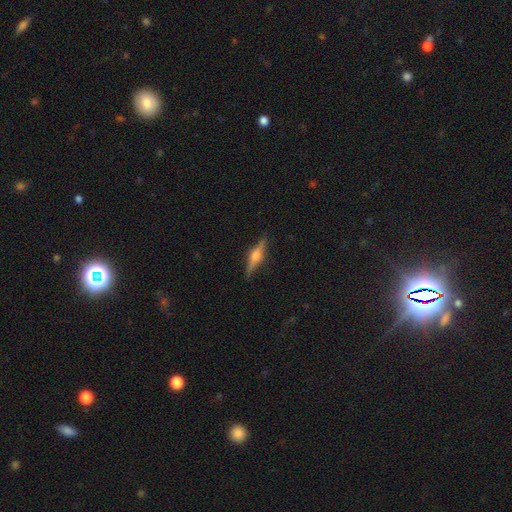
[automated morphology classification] type=featured or disk (72%); edge-on=yes (97%); edge-on bulge=rounded (91%); merging=none (89%).